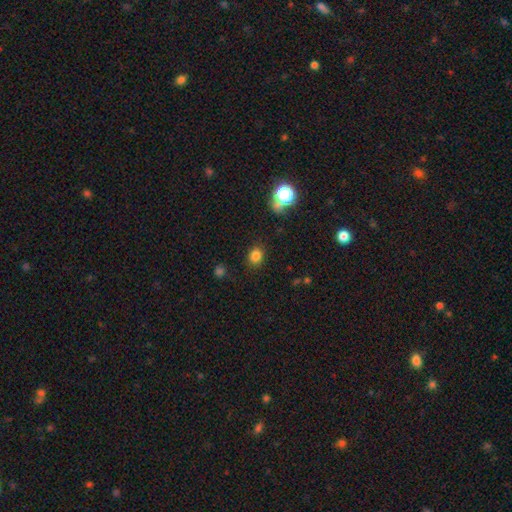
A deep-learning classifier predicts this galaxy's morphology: Overall: smooth (80%). How rounded: round (64%; in between 35%). Merging: none (86%).